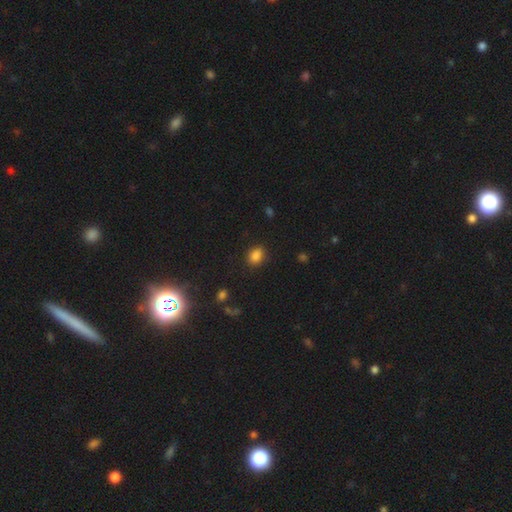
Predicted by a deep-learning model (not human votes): This appears to be a smooth galaxy with no disk features (85%) that is in between round and cigar-shaped (66%). Merging: none (82%).